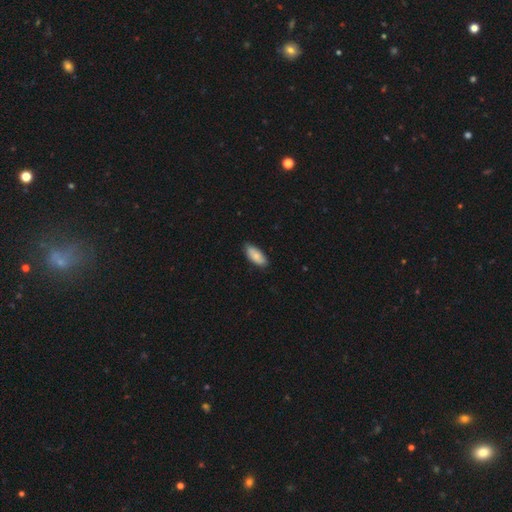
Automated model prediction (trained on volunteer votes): The model was most divided on "merging": none: 80%, minor disturbance: 17%, major disturbance: 2%, merger: 1%. More confident: how rounded — in between (86%); smooth or featured — smooth (82%).